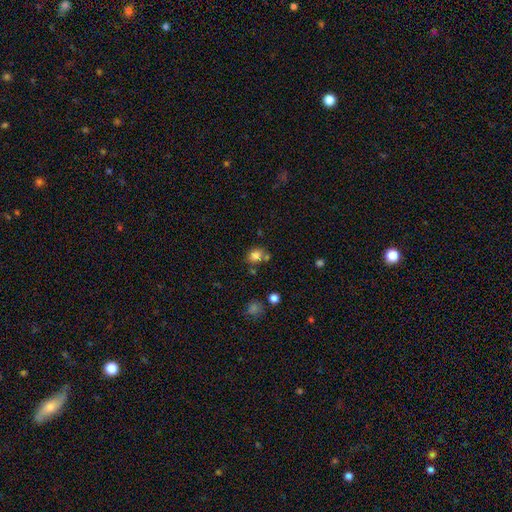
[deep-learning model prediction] smooth_or_featured: smooth (p=0.81) [alt: star or artifact p=0.12]
how_rounded: round (p=0.68) [alt: in between p=0.31]
merging: none (p=0.62) [alt: merger p=0.19]